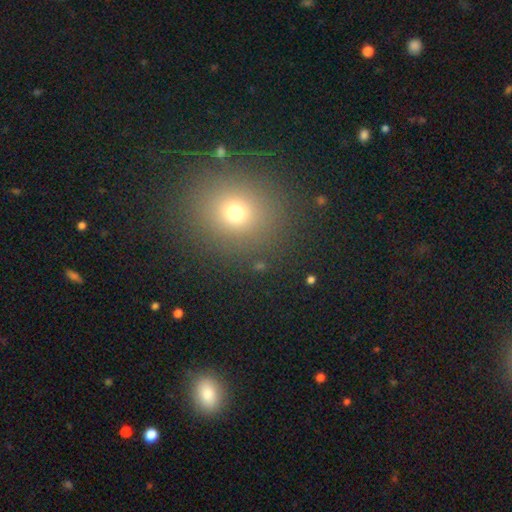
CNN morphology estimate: This is likely a smooth galaxy (65%). How rounded: likely round (80%). Merging: clearly none (89%).